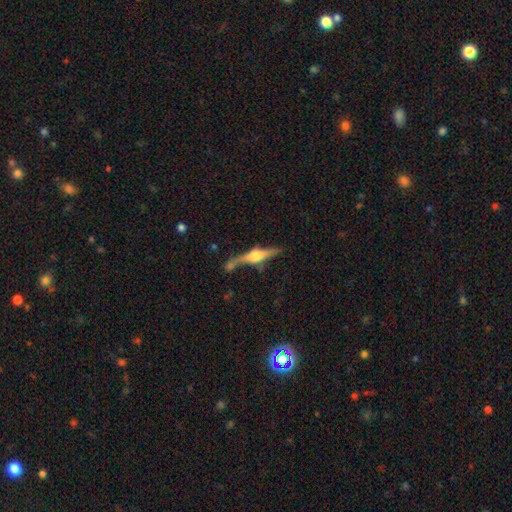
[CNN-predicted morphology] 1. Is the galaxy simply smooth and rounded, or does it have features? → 75% featured or disk, 19% smooth, 6% star or artifact.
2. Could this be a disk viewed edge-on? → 95% yes, 5% no.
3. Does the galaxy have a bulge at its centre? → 91% rounded, 6% boxy, 3% none.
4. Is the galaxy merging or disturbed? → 63% none, 17% minor disturbance, 13% merger, 7% major disturbance.